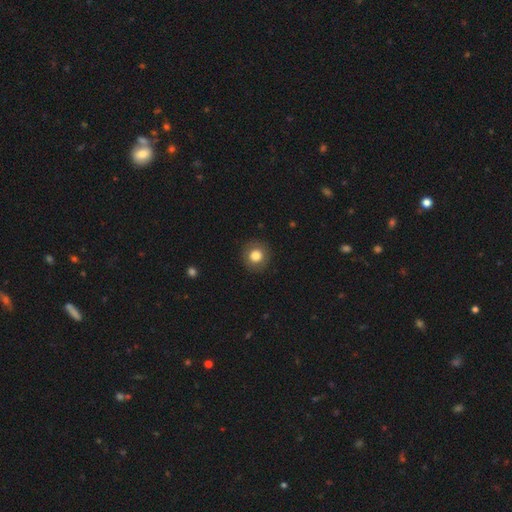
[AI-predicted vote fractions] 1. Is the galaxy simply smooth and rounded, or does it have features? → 80% smooth, 11% featured or disk, 9% star or artifact.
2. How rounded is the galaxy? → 92% round, 7% in between, 1% cigar-shaped.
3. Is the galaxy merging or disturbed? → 91% none, 6% minor disturbance, 2% major disturbance, 1% merger.